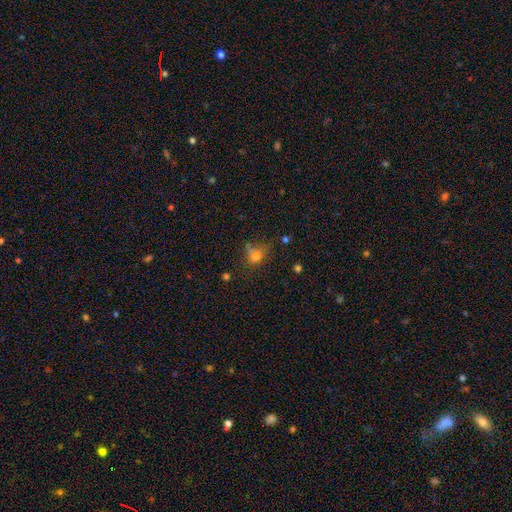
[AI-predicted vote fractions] Morphology: type=smooth (74%); roundness=round (52%); merging=none (50%).